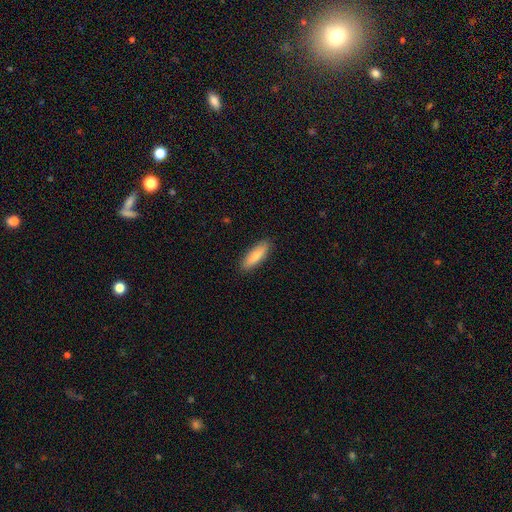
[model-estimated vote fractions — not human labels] smooth-or-featured: smooth: 82% | featured or disk: 12% | star or artifact: 6%
  how-rounded: cigar-shaped: 51% | in between: 47% | round: 2%
  merging: none: 89% | minor disturbance: 8% | major disturbance: 2% | merger: 1%